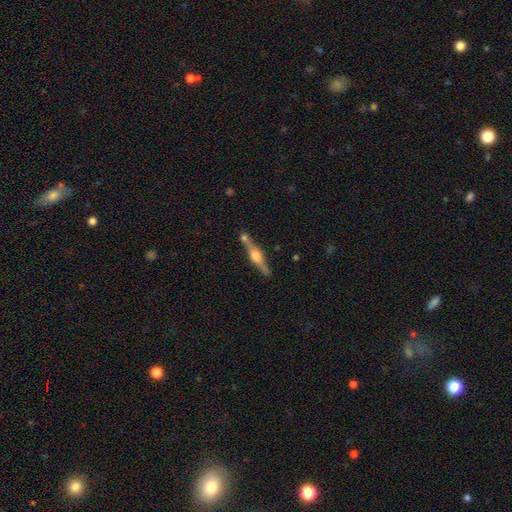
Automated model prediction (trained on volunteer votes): featured or disk 81%, smooth 14%, star or artifact 6%. Down the decision tree: edge-on disk — yes (97%); edge-on bulge — rounded (94%); merging — none (76%).